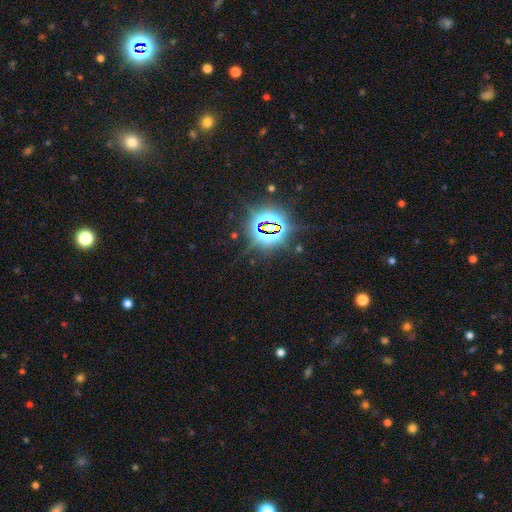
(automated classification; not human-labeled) star or artifact 81%, smooth 11%, featured or disk 8%.